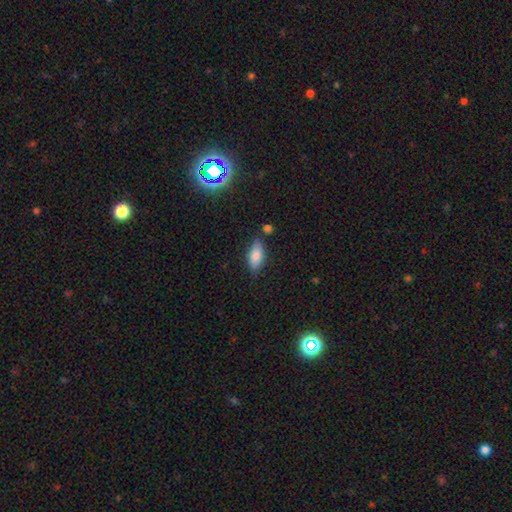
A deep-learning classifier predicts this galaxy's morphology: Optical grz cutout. It shows a smooth galaxy with no disk features (78%) that is in between round and cigar-shaped (85%). Merging: none (76%).